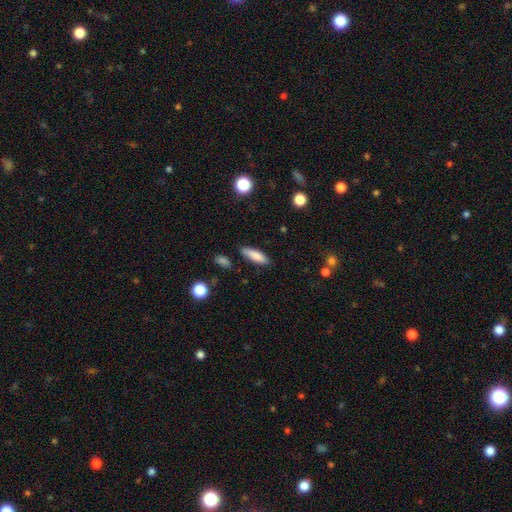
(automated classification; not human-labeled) Overall: smooth (82%). How rounded: cigar-shaped (53%; in between 45%). Merging: none (84%).